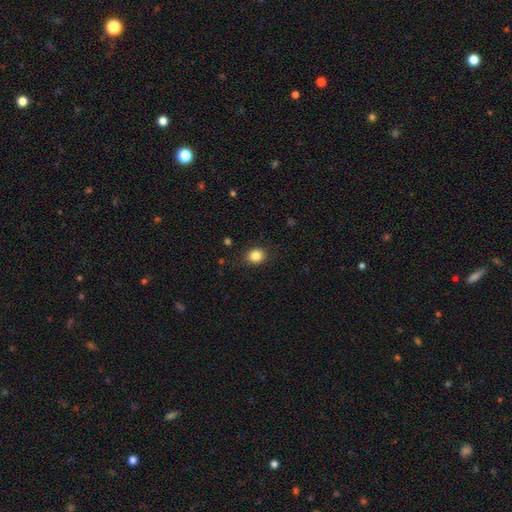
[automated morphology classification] A smooth galaxy with no disk features (85%) that is round (68%). Merging: none (86%).